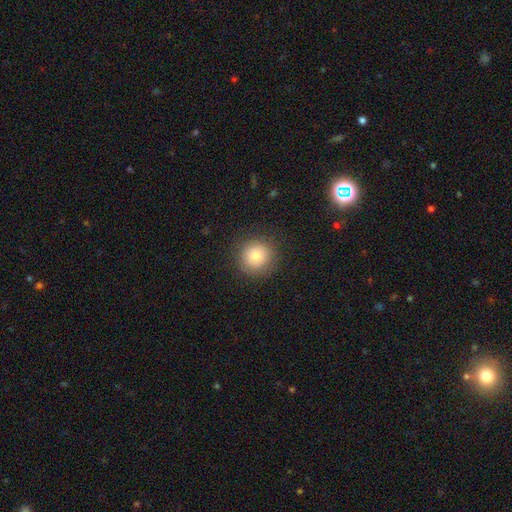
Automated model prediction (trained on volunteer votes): Smooth or featured: smooth — 80% (star or artifact — 11%)
How rounded: round — 93% (in between — 6%)
Merging: none — 88% (minor disturbance — 8%)